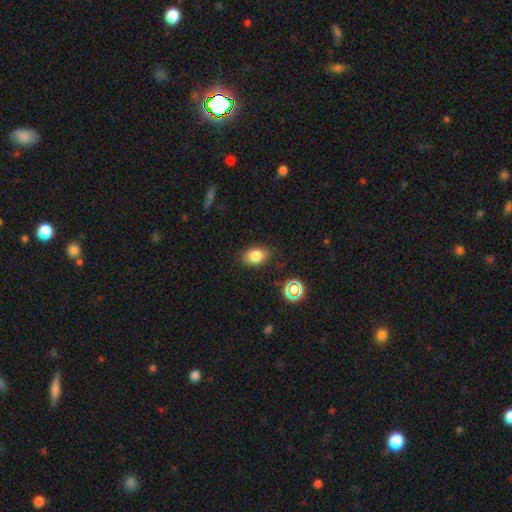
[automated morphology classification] A smooth galaxy with no disk features (82%) that is in between round and cigar-shaped (76%). Merging: none (84%).